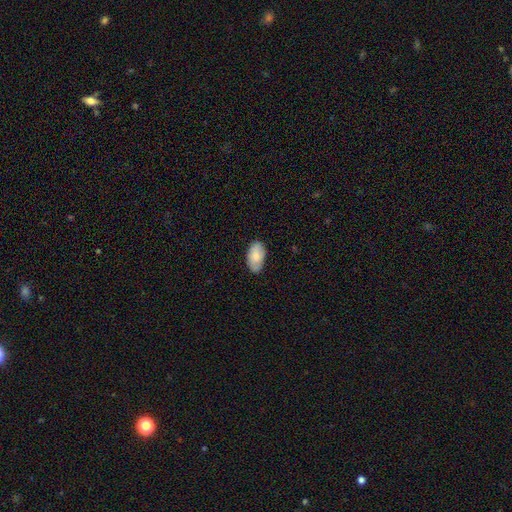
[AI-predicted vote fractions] smooth_or_featured: smooth (p=0.82) [alt: featured or disk p=0.11]
how_rounded: in between (p=0.95) [alt: round p=0.03]
merging: none (p=0.80) [alt: minor disturbance p=0.17]